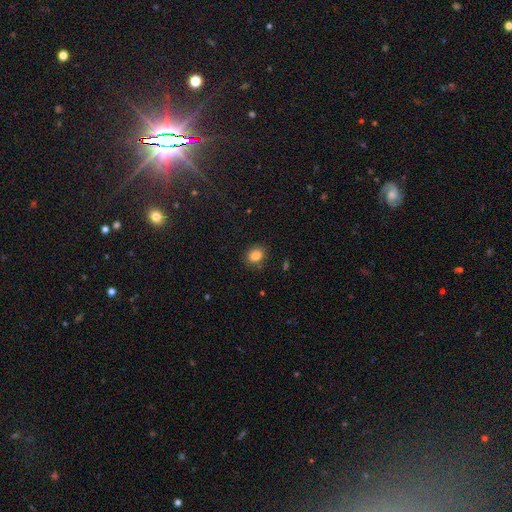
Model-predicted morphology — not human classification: The model was most divided on "how rounded": in between: 50%, round: 49%, cigar-shaped: 1%. More confident: smooth or featured — smooth (85%); merging — none (84%).